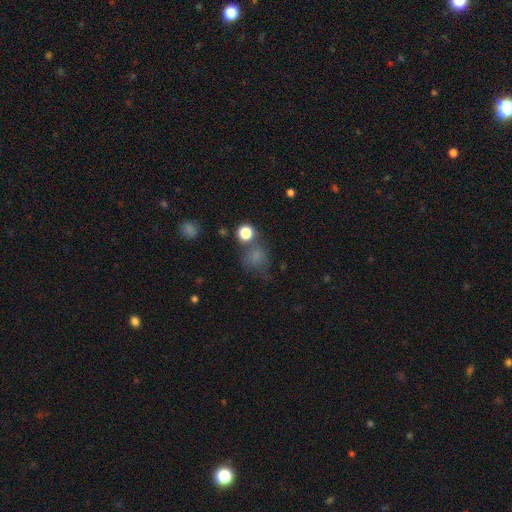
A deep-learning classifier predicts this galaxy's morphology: Smooth or featured? smooth (69%)
How rounded? round (70%)
Merging? none (52%)